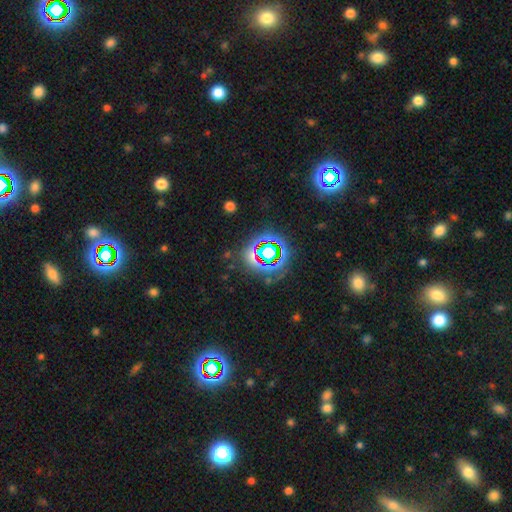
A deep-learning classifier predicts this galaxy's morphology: star or artifact 67%, smooth 21%, featured or disk 13%.